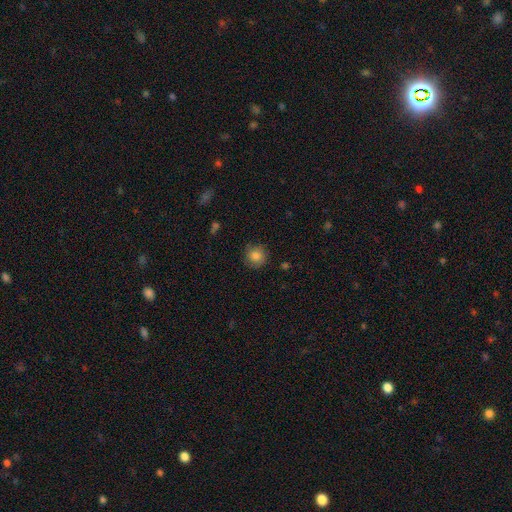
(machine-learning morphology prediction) smooth 82%, star or artifact 11%, featured or disk 7%. Down the decision tree: how rounded — round (93%); merging — none (86%).